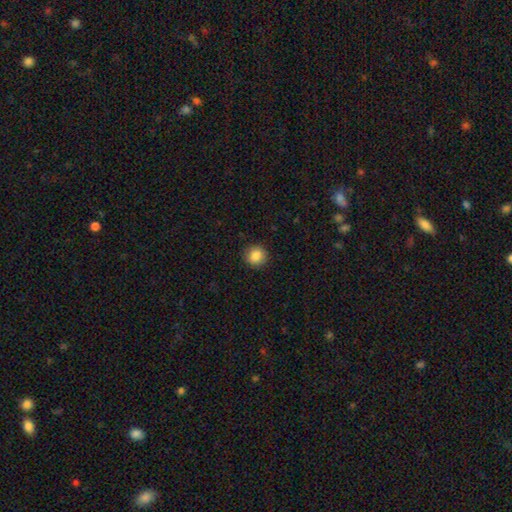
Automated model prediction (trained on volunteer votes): Overall: smooth (87%). How rounded: round (90%). Merging: none (91%).